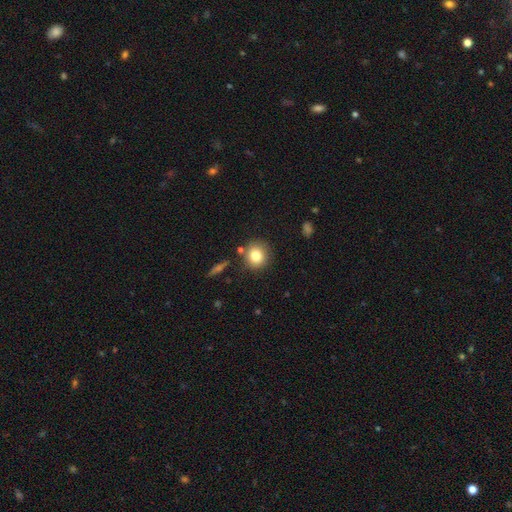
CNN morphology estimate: smooth_or_featured: smooth (p=0.80) [alt: star or artifact p=0.10]
how_rounded: round (p=0.85) [alt: in between p=0.13]
merging: none (p=0.81) [alt: minor disturbance p=0.10]